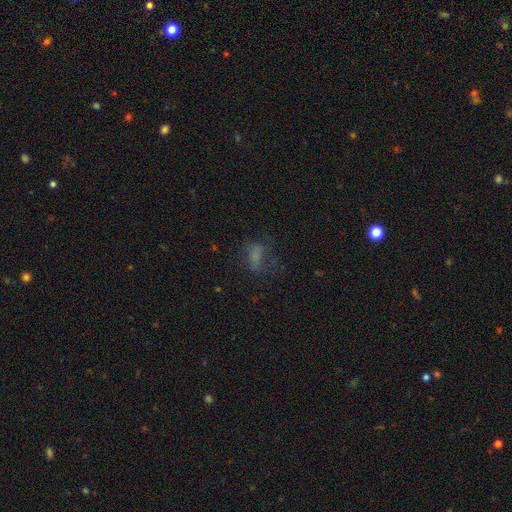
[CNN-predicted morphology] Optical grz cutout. It shows a smooth galaxy with no disk features (57%) that is in between round and cigar-shaped (75%). Merging: none (45%).